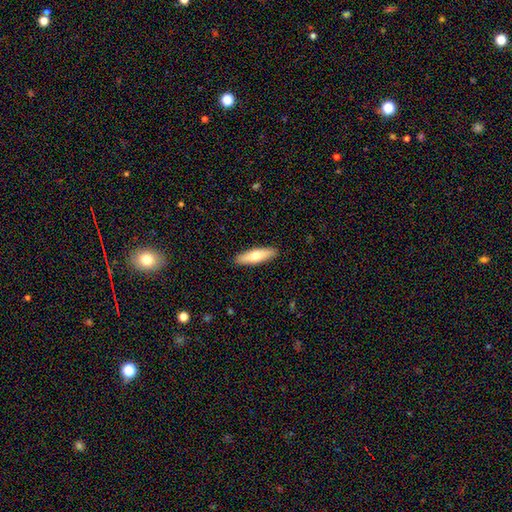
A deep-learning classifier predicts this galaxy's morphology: type=smooth (64%); roundness=cigar-shaped (61%); merging=none (90%).